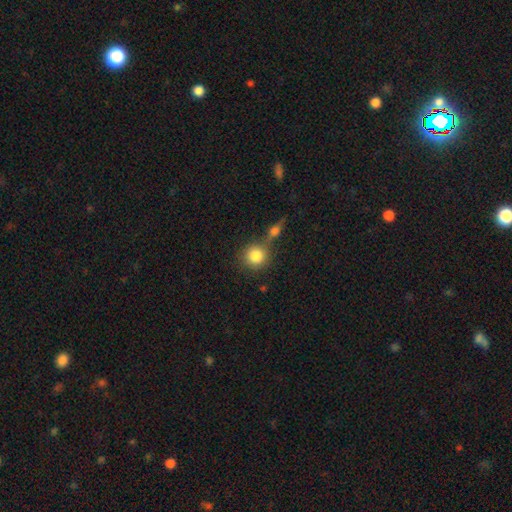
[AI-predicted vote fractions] Smooth or featured: smooth — 84% (star or artifact — 9%)
How rounded: round — 89% (in between — 10%)
Merging: none — 61% (merger — 24%)